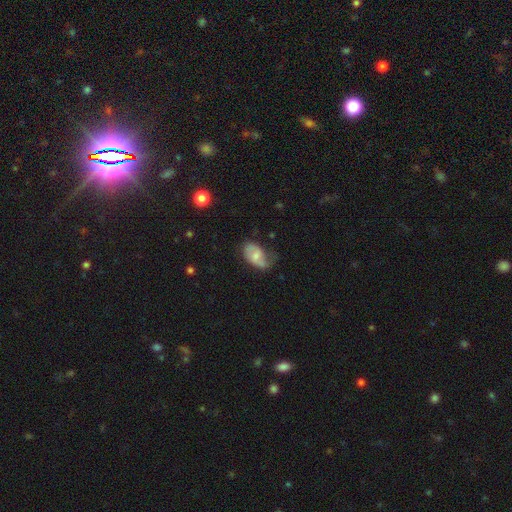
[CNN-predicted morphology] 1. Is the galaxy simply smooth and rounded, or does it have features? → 47% smooth, 46% featured or disk, 7% star or artifact.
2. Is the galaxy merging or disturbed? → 46% none, 36% minor disturbance, 17% major disturbance, 2% merger.